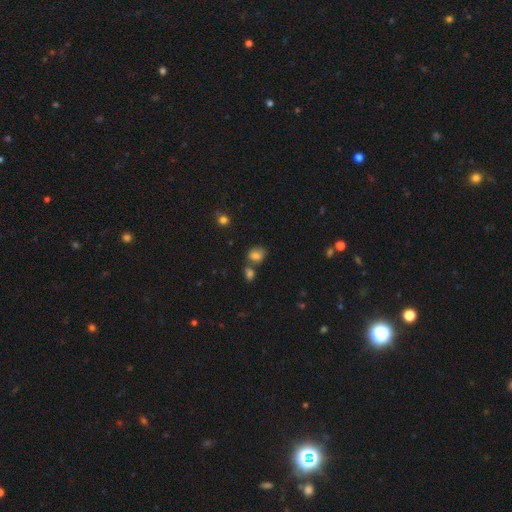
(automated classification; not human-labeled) Smooth or featured?
  - smooth: 78% *
  - star or artifact: 13%
  - featured or disk: 9%
How rounded?
  - in between: 54% *
  - round: 44%
  - cigar-shaped: 1%
Merging?
  - none: 53% *
  - merger: 26%
  - minor disturbance: 16%
  - major disturbance: 5%